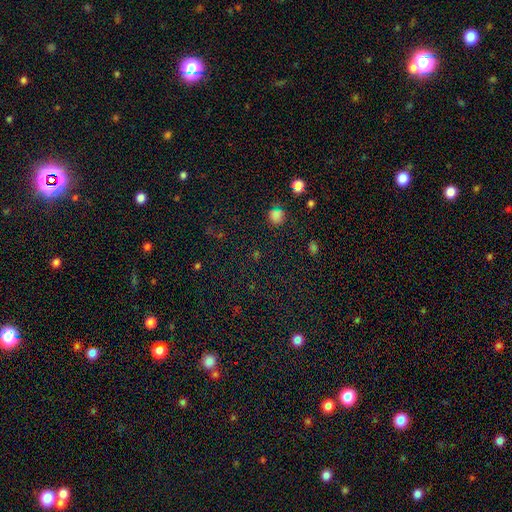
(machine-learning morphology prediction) This appears to be a star or artifact, not a galaxy (68%).